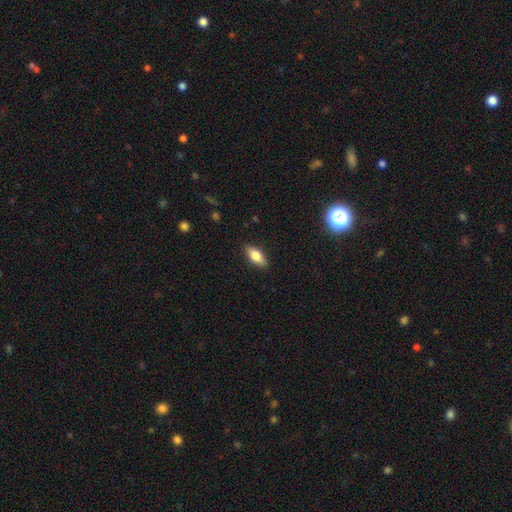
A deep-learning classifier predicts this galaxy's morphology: This appears to be a smooth galaxy with no disk features (75%) that is in between round and cigar-shaped (81%). Merging: none (88%).